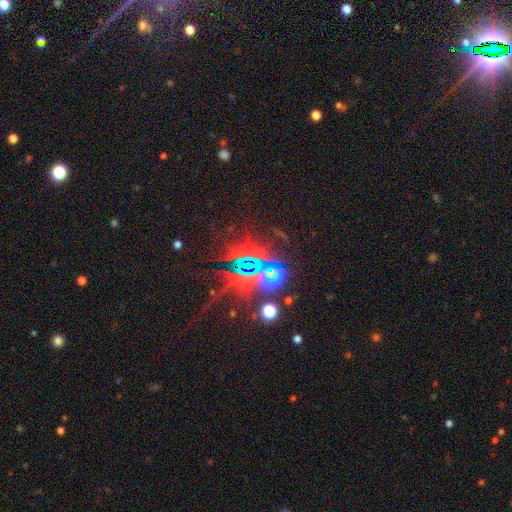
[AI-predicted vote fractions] Smooth or featured? star or artifact (81%)